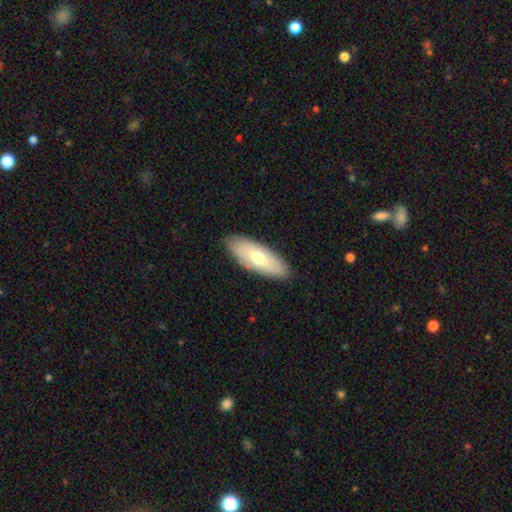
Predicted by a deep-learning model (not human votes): A smooth galaxy with no disk features (59%) that is in between round and cigar-shaped (75%).

Vote fractions:
- Smooth or featured? smooth: 59% / featured or disk: 34% / star or artifact: 7%
- How rounded? in between: 75% / cigar-shaped: 23% / round: 2%
- Merging? none: 88% / minor disturbance: 9% / major disturbance: 2% / merger: 1%